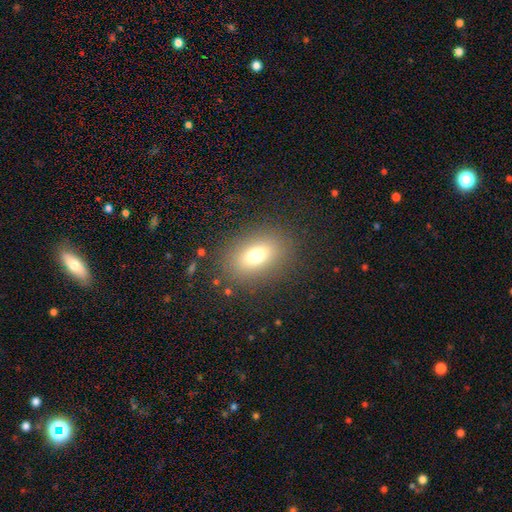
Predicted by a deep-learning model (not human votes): smooth-or-featured: smooth: 72% | star or artifact: 15% | featured or disk: 13%
  how-rounded: in between: 70% | round: 28% | cigar-shaped: 2%
  merging: none: 85% | minor disturbance: 9% | major disturbance: 5% | merger: 1%